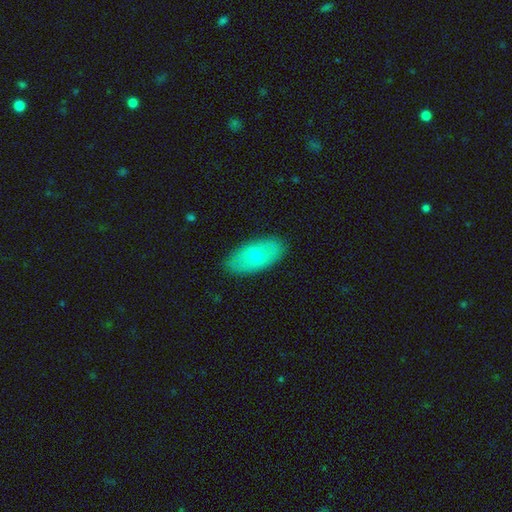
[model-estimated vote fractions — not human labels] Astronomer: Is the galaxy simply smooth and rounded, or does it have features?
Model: smooth — 63%.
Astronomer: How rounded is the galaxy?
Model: in between — 92%.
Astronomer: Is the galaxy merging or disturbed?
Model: none — 86%.